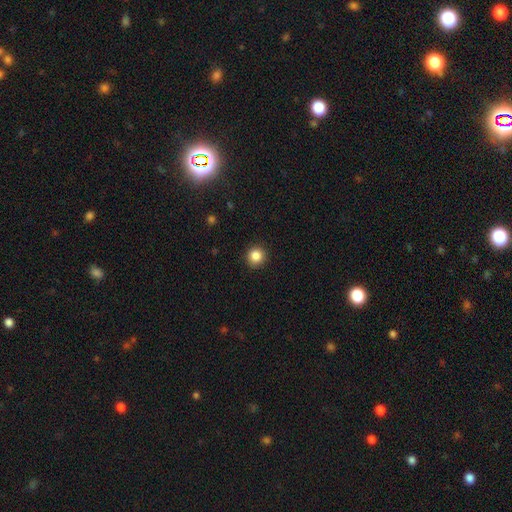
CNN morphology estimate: The model was most divided on "smooth or featured": smooth: 85%, star or artifact: 11%, featured or disk: 4%. More confident: how rounded — round (93%); merging — none (92%).